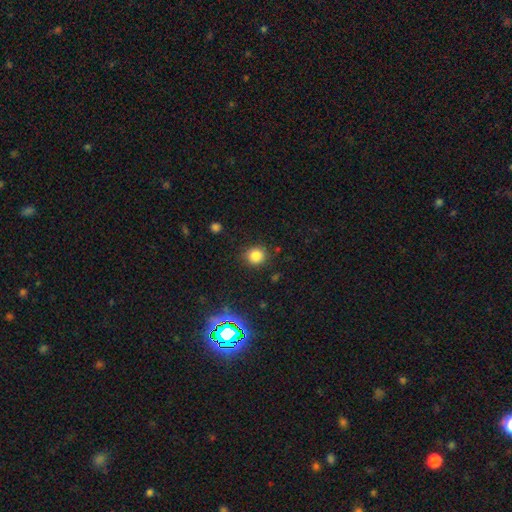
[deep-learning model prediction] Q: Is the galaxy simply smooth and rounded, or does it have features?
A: smooth — 83%.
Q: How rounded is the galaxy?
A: round — 87%.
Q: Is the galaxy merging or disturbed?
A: none — 87%.